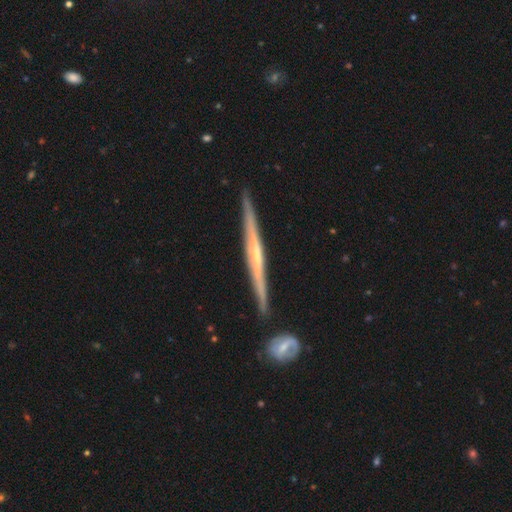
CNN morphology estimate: smooth-or-featured: featured or disk: 77% | smooth: 17% | star or artifact: 5%
  disk-edge-on: yes: 97% | no: 3%
    edge-on-bulge: none: 59% | rounded: 33% | boxy: 9%
  merging: none: 88% | minor disturbance: 8% | merger: 3% | major disturbance: 2%